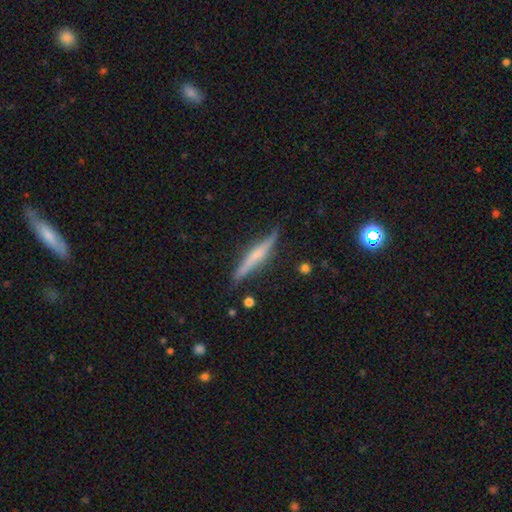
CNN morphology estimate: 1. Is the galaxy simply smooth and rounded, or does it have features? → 58% featured or disk, 35% smooth, 6% star or artifact.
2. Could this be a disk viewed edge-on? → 96% yes, 4% no.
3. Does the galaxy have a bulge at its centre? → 49% rounded, 34% none, 17% boxy.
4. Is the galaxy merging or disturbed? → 82% none, 13% minor disturbance, 3% major disturbance, 2% merger.